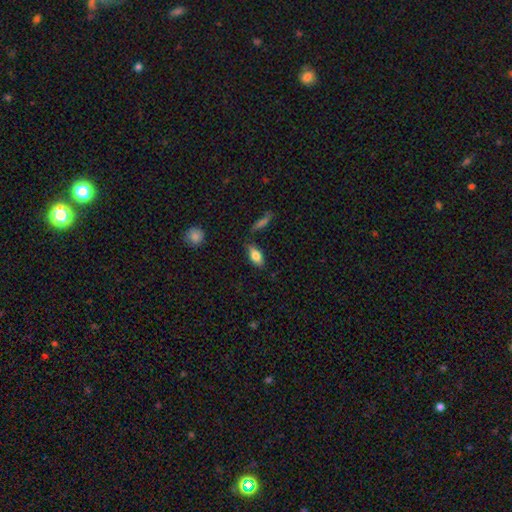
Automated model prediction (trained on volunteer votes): A smooth galaxy with no disk features (77%) that is in between round and cigar-shaped (83%).

Vote fractions:
- Smooth or featured? smooth: 77% / featured or disk: 16% / star or artifact: 7%
- How rounded? in between: 83% / cigar-shaped: 14% / round: 3%
- Merging? none: 80% / minor disturbance: 14% / merger: 3% / major disturbance: 3%